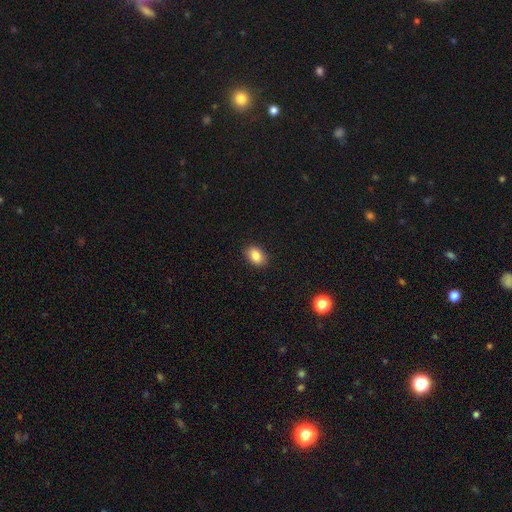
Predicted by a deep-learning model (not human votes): Smooth or featured? smooth (85%)
How rounded? in between (83%)
Merging? none (89%)